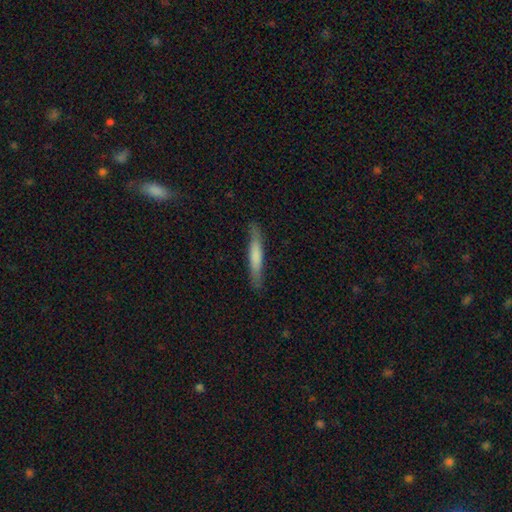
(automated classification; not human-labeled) Smooth or featured?
  - smooth: 65% *
  - featured or disk: 30%
  - star or artifact: 5%
How rounded?
  - cigar-shaped: 93% *
  - in between: 6%
  - round: 1%
Merging?
  - none: 84% *
  - minor disturbance: 13%
  - major disturbance: 2%
  - merger: 1%